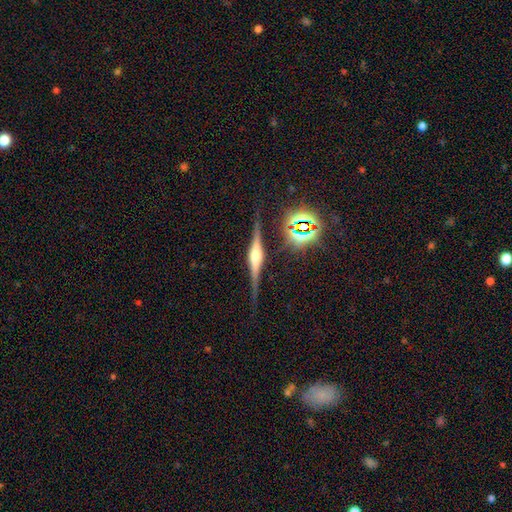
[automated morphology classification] Q: Smooth or featured?
A: featured or disk (83%); runner-up: star or artifact (9%)
Q: Edge-on disk?
A: yes (98%); runner-up: no (2%)
Q: Edge-on bulge?
A: rounded (86%); runner-up: boxy (12%)
Q: Merging?
A: none (85%); runner-up: minor disturbance (10%)